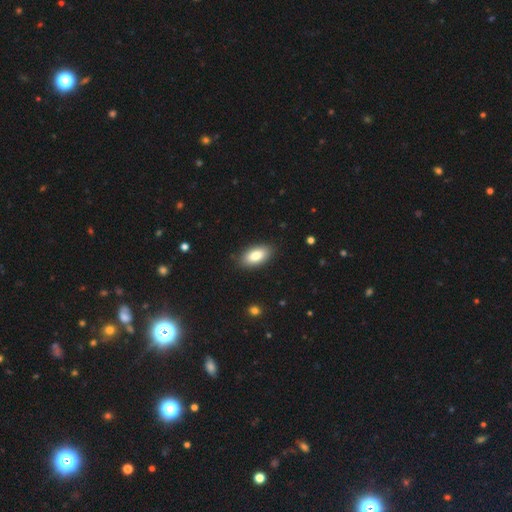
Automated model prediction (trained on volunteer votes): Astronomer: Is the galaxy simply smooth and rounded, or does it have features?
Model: smooth — 83%.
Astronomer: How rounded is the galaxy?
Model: in between — 92%.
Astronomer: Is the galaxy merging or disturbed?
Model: none — 88%.